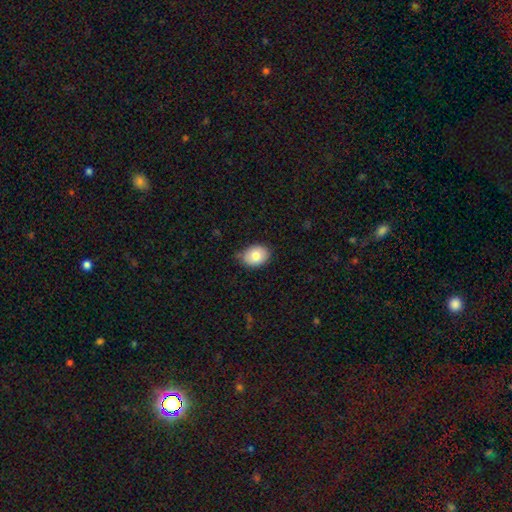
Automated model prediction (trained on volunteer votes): Smooth or featured? Predicted: smooth (p=0.80). How rounded? Predicted: in between (p=0.67). Merging? Predicted: none (p=0.78).